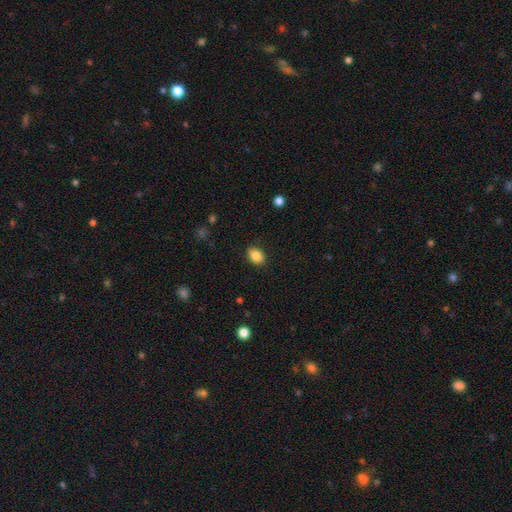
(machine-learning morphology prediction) This appears to be a smooth galaxy with no disk features (85%) that is in between round and cigar-shaped (68%). Merging: none (88%).